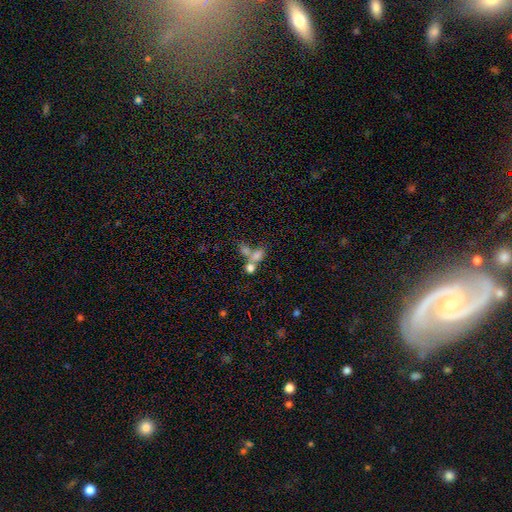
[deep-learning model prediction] smooth_or_featured: smooth (p=0.58) [alt: star or artifact p=0.22]
how_rounded: in between (p=0.57) [alt: round p=0.35]
merging: merger (p=0.55) [alt: none p=0.30]